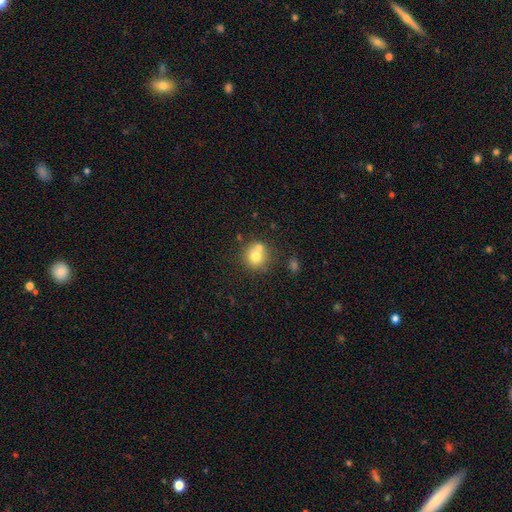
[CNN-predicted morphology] Q: Smooth or featured?
A: smooth (71%); runner-up: featured or disk (17%)
Q: How rounded?
A: round (87%); runner-up: in between (12%)
Q: Merging?
A: none (53%); runner-up: merger (35%)